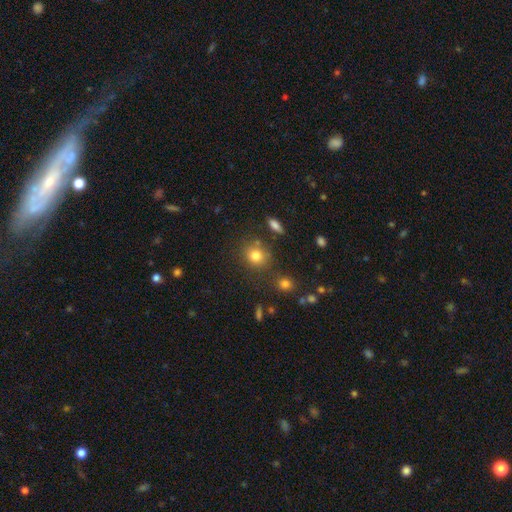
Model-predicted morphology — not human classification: Smooth or featured? Predicted: smooth (p=0.79). How rounded? Predicted: round (p=0.81). Merging? Predicted: none (p=0.76).